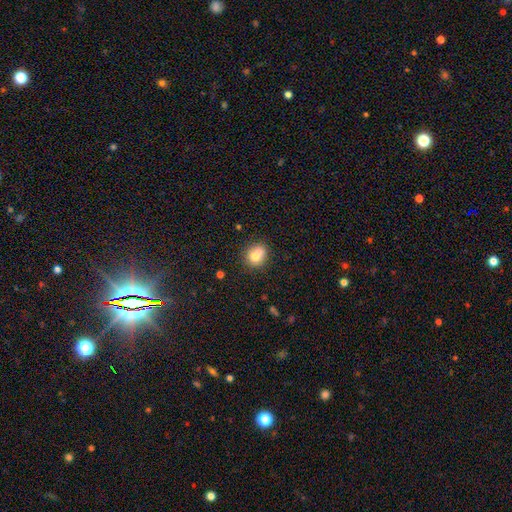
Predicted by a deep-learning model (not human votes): smooth 77%, featured or disk 13%, star or artifact 11%. Down the decision tree: how rounded — round (71%); merging — none (63%).